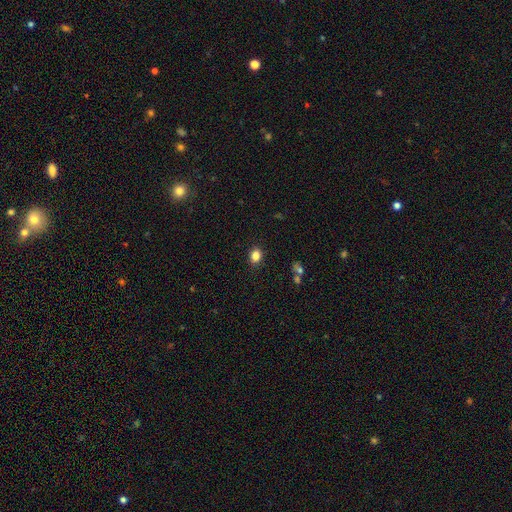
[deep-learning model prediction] Smooth or featured: smooth — 84% (star or artifact — 11%)
How rounded: in between — 57% (round — 41%)
Merging: none — 88% (minor disturbance — 8%)